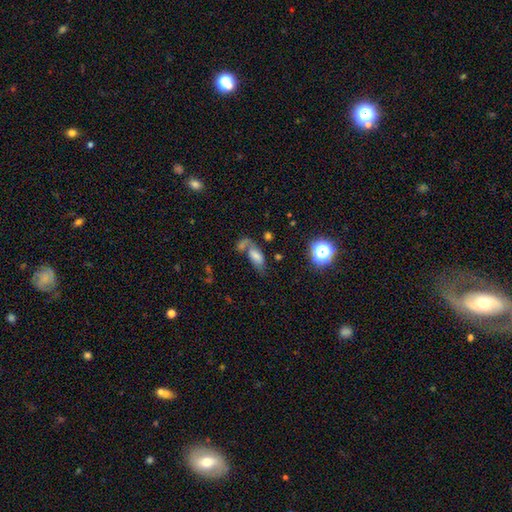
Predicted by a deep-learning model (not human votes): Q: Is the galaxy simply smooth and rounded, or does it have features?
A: smooth — 62%.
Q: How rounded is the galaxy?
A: in between — 83%.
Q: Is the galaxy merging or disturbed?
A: merger — 37%.